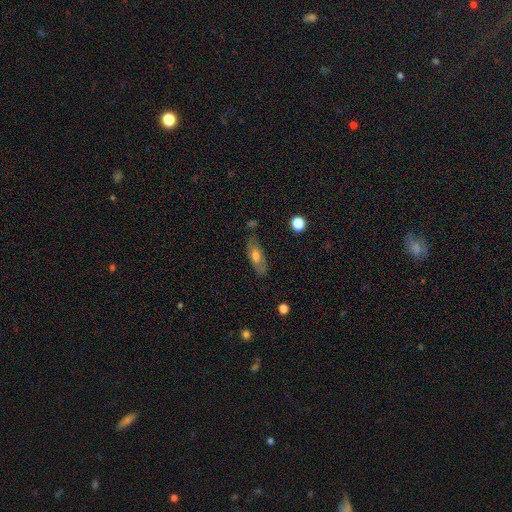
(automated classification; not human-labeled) The model was most divided on "smooth or featured": smooth: 54%, featured or disk: 39%, star or artifact: 8%. More confident: merging — none (75%); how rounded — in between (73%).